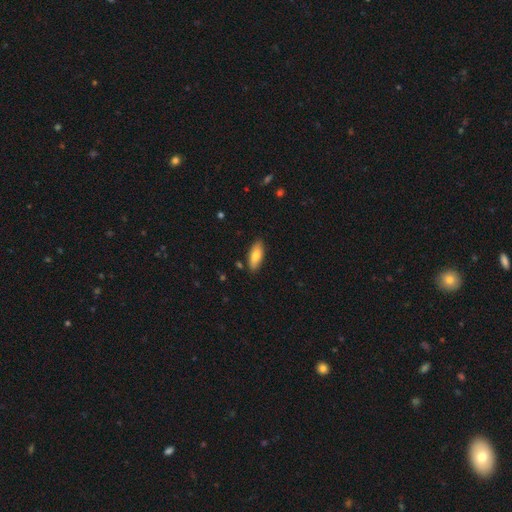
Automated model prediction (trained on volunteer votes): Smooth or featured?
  - smooth: 77% *
  - featured or disk: 17%
  - star or artifact: 6%
How rounded?
  - in between: 75% *
  - cigar-shaped: 23%
  - round: 2%
Merging?
  - none: 86% *
  - minor disturbance: 10%
  - major disturbance: 2%
  - merger: 2%